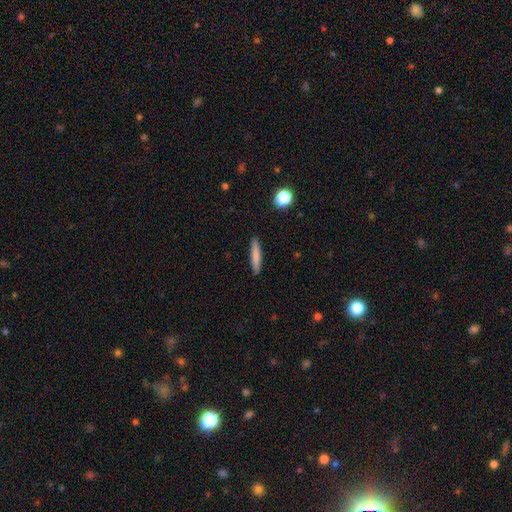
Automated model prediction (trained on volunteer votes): smooth_or_featured: smooth (p=0.80) [alt: featured or disk p=0.13]
how_rounded: cigar-shaped (p=0.91) [alt: in between p=0.08]
merging: none (p=0.90) [alt: minor disturbance p=0.07]